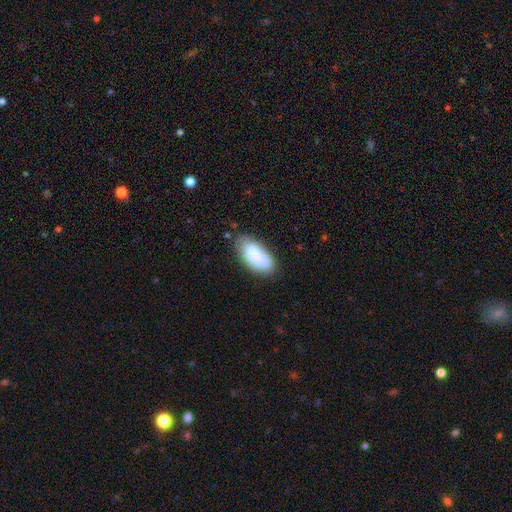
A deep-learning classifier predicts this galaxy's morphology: A smooth galaxy with no disk features (81%) that is in between round and cigar-shaped (91%). Merging: none (64%).